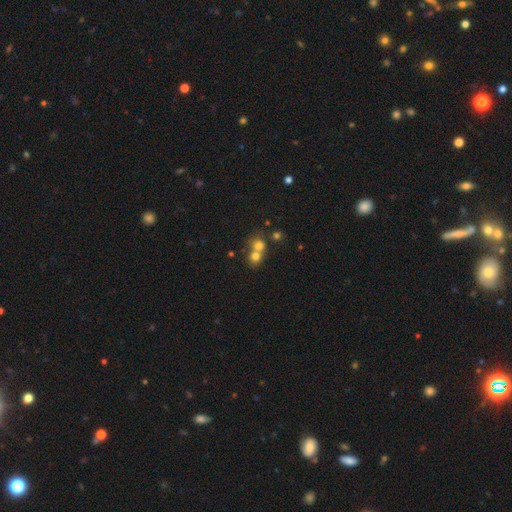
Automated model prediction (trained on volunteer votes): A smooth galaxy with no disk features (73%) that is round (79%). Merging: merger (58%).